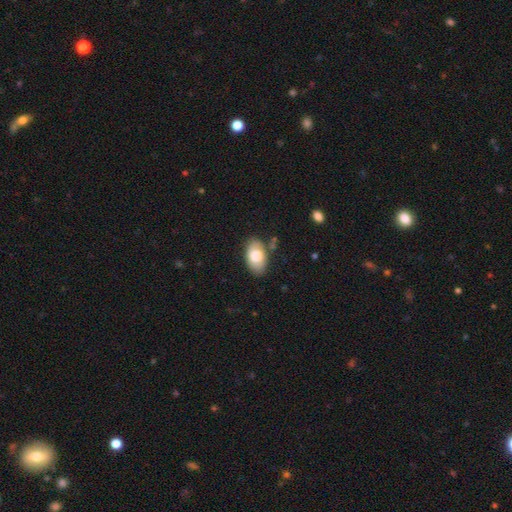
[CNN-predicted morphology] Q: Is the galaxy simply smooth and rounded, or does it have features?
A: smooth — 69%.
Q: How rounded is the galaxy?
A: in between — 93%.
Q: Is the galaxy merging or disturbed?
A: none — 77%.